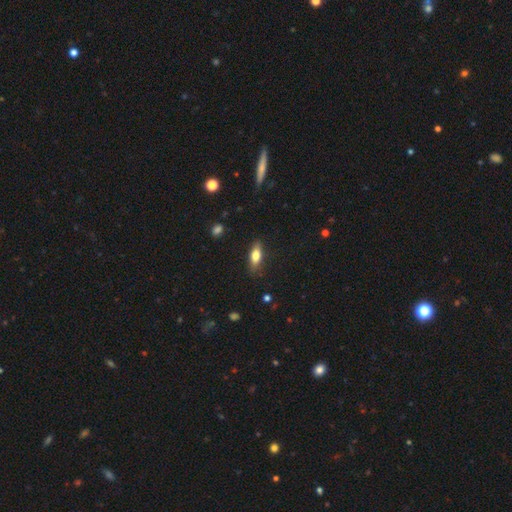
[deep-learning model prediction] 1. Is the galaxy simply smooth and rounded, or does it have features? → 73% smooth, 20% featured or disk, 7% star or artifact.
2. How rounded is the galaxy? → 66% in between, 31% cigar-shaped, 3% round.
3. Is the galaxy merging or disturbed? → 82% none, 14% minor disturbance, 3% major disturbance, 1% merger.